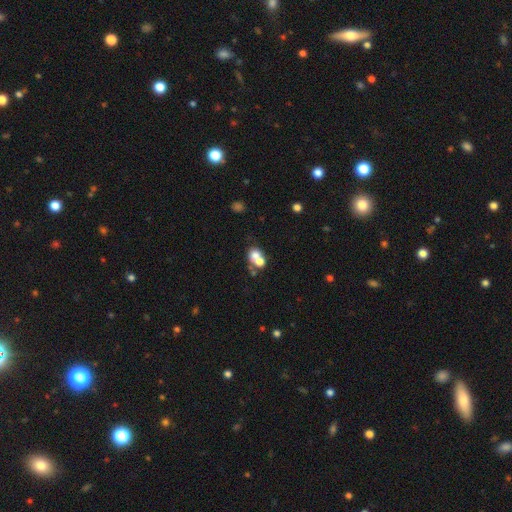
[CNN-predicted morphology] Smooth or featured? Predicted: smooth (p=0.64). How rounded? Predicted: round (p=0.61). Merging? Predicted: merger (p=0.58).